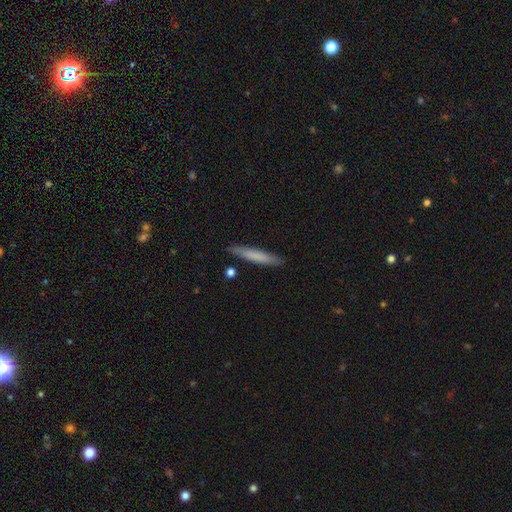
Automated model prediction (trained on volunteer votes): smooth 73%, featured or disk 21%, star or artifact 6%. Down the decision tree: how rounded — cigar-shaped (93%); merging — none (88%).